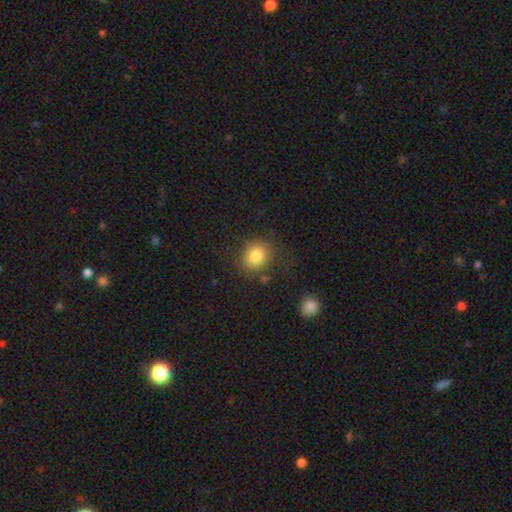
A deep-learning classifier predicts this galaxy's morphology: This appears to be a smooth galaxy with no disk features (82%) that is round (72%). Merging: none (78%).